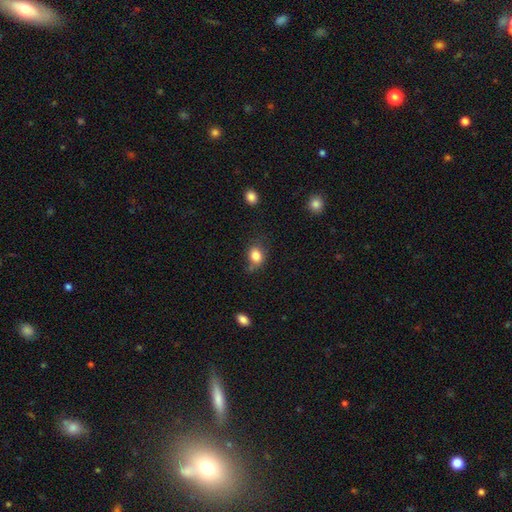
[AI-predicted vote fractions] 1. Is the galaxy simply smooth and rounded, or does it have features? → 83% smooth, 10% star or artifact, 7% featured or disk.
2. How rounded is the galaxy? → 50% round, 49% in between, 1% cigar-shaped.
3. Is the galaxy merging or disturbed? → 57% none, 28% minor disturbance, 10% major disturbance, 5% merger.